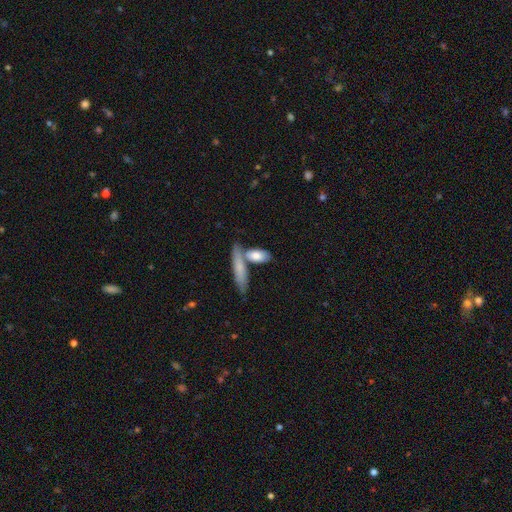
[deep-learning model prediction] Smooth or featured?
  - smooth: 77% *
  - featured or disk: 18%
  - star or artifact: 5%
How rounded?
  - in between: 71% *
  - cigar-shaped: 25%
  - round: 4%
Merging?
  - none: 52% *
  - merger: 30%
  - minor disturbance: 13%
  - major disturbance: 4%